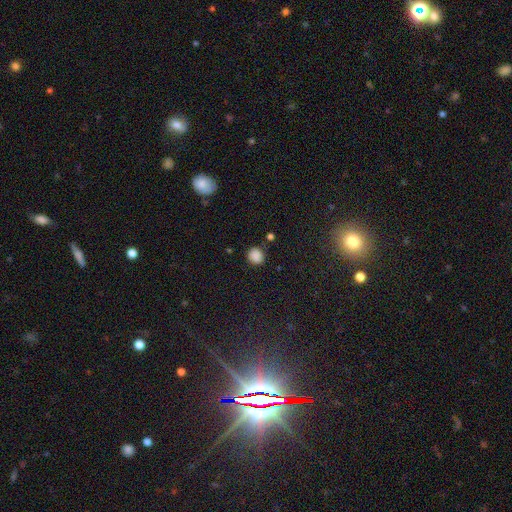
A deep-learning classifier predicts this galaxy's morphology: Smooth or featured? Predicted: smooth (p=0.85). How rounded? Predicted: round (p=0.85). Merging? Predicted: none (p=0.84).